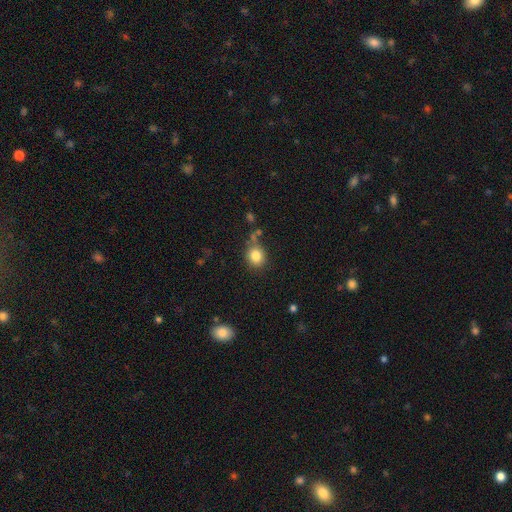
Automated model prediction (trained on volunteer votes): Q: Smooth or featured?
A: smooth (83%); runner-up: star or artifact (11%)
Q: How rounded?
A: round (78%); runner-up: in between (21%)
Q: Merging?
A: none (70%); runner-up: minor disturbance (16%)